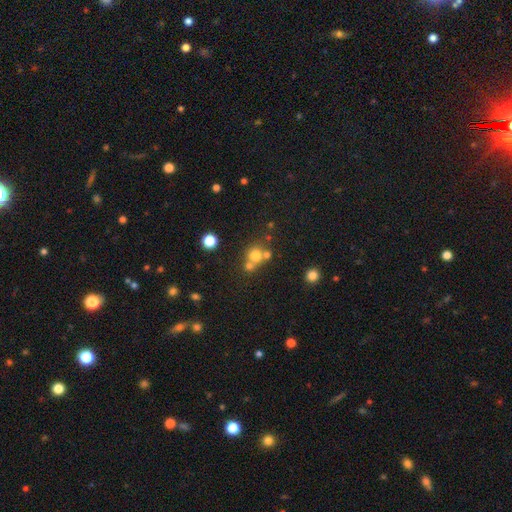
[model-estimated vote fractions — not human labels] This appears to be a smooth galaxy with no disk features (70%) that is round (85%). Merging: none (48%).